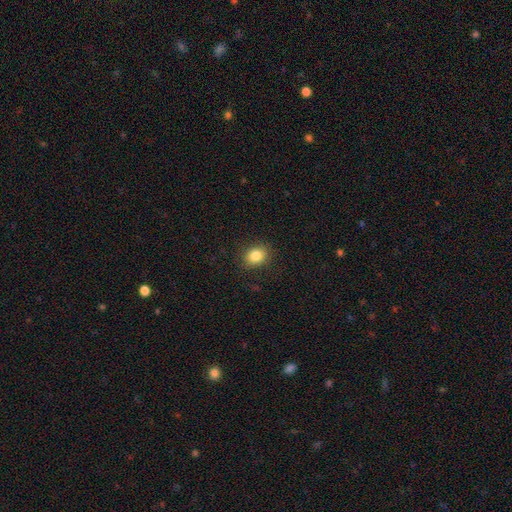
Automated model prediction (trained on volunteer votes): A smooth galaxy with no disk features (84%) that is in between round and cigar-shaped (54%). Merging: none (88%).